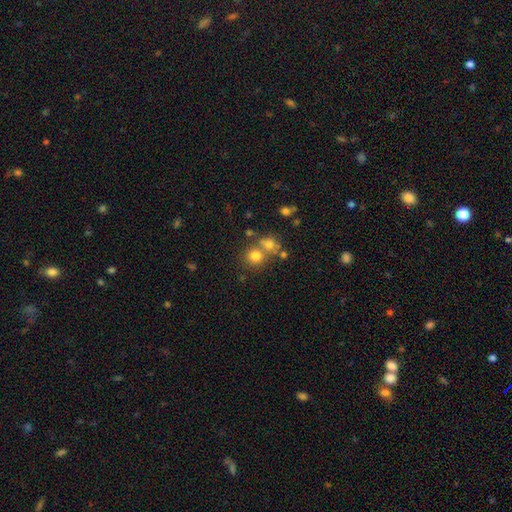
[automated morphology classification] A smooth galaxy with no disk features (72%) that is round (88%). Merging: none (57%).